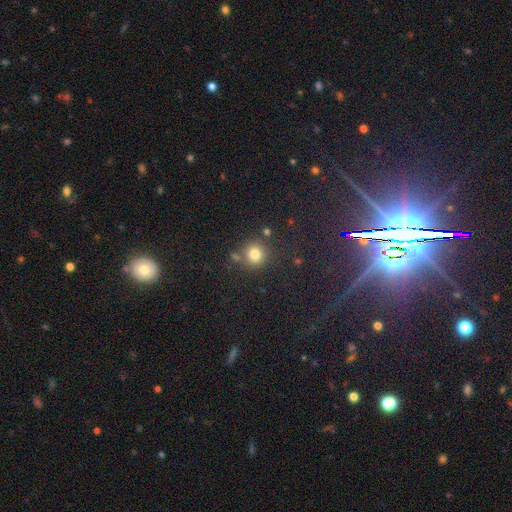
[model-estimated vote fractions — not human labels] Morphology: type=smooth (77%); roundness=round (90%); merging=none (75%).